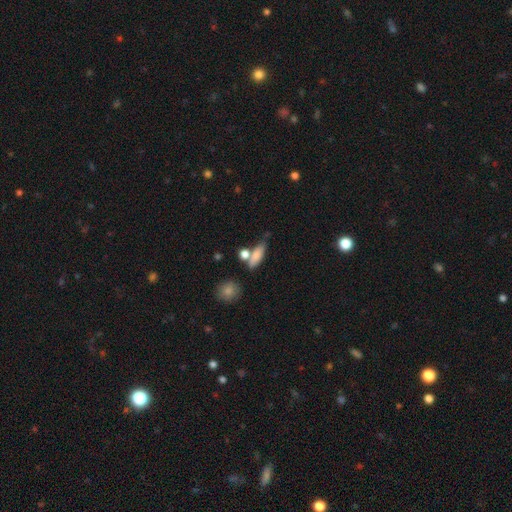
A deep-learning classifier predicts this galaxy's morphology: type=smooth (76%); roundness=in between (49%); merging=none (54%).